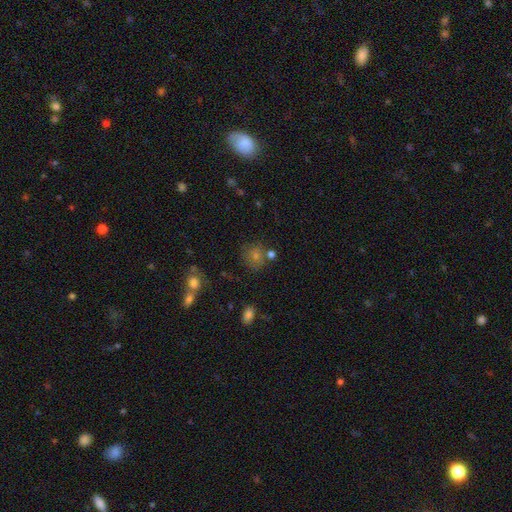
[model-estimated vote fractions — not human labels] smooth 58%, star or artifact 29%, featured or disk 13%. Down the decision tree: how rounded — round (84%); merging — none (74%).